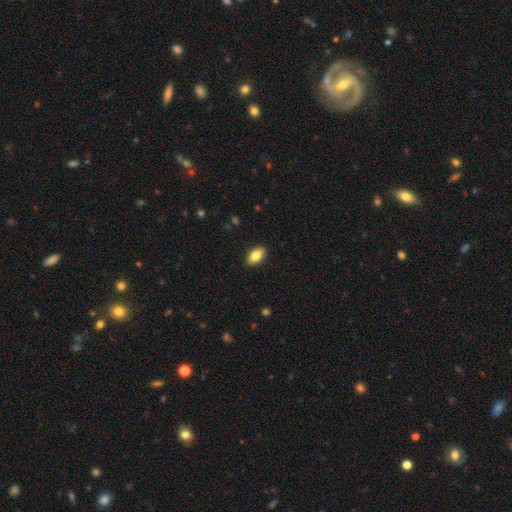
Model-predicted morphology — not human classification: smooth_or_featured: smooth (p=0.82) [alt: featured or disk p=0.10]
how_rounded: in between (p=0.92) [alt: round p=0.05]
merging: none (p=0.89) [alt: minor disturbance p=0.08]